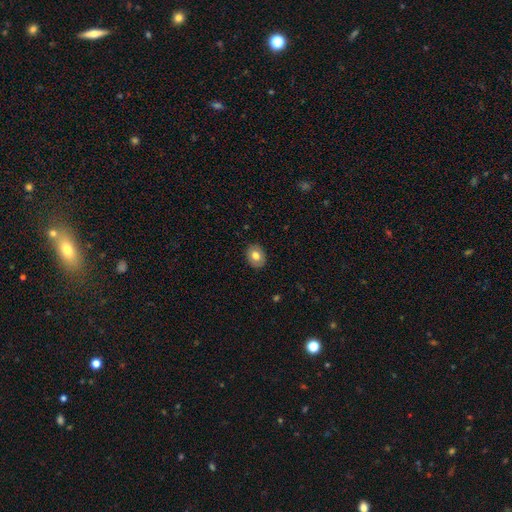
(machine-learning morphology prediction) A smooth galaxy with no disk features (77%) that is round (51%). Merging: none (88%).